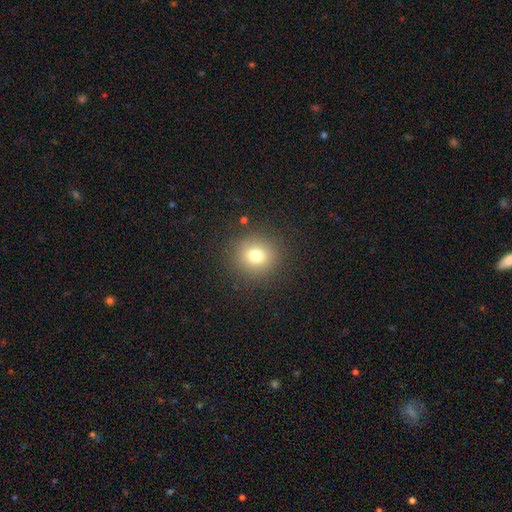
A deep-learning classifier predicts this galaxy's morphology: type=smooth (75%); roundness=round (89%); merging=none (88%).